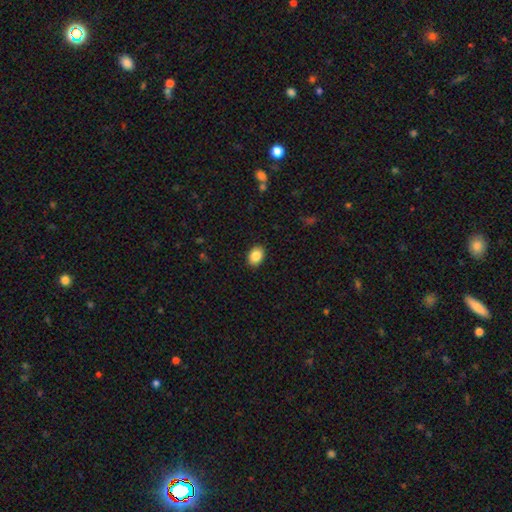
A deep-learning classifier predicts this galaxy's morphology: smooth-or-featured: smooth: 88% | star or artifact: 8% | featured or disk: 4%
  how-rounded: in between: 76% | round: 23% | cigar-shaped: 1%
  merging: none: 90% | minor disturbance: 7% | major disturbance: 2% | merger: 1%